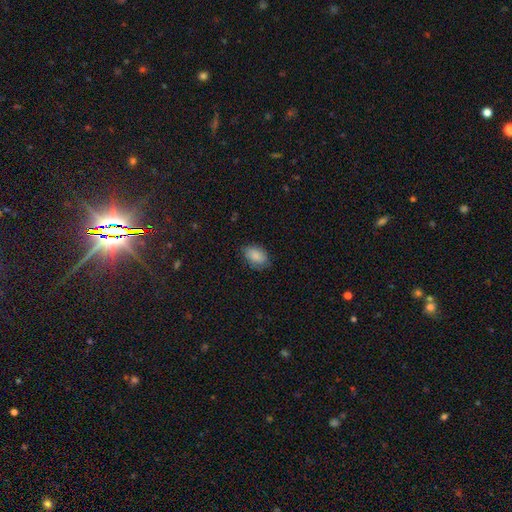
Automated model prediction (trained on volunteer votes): Smooth or featured?
  - smooth: 84% *
  - featured or disk: 8%
  - star or artifact: 7%
How rounded?
  - in between: 87% *
  - round: 11%
  - cigar-shaped: 1%
Merging?
  - none: 76% *
  - minor disturbance: 18%
  - major disturbance: 4%
  - merger: 1%